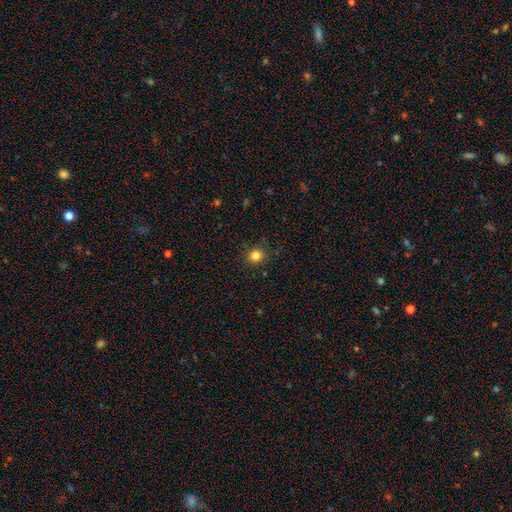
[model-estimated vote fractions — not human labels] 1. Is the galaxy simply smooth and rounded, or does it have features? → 83% smooth, 12% star or artifact, 5% featured or disk.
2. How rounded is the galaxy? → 85% round, 14% in between, 1% cigar-shaped.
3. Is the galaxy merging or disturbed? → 87% none, 9% minor disturbance, 3% major disturbance, 1% merger.